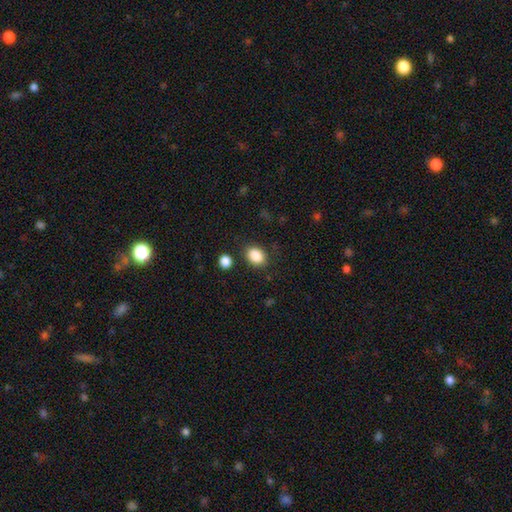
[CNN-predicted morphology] smooth-or-featured: smooth: 87% | star or artifact: 9% | featured or disk: 4%
  how-rounded: in between: 62% | round: 37% | cigar-shaped: 1%
  merging: none: 82% | minor disturbance: 11% | merger: 4% | major disturbance: 3%